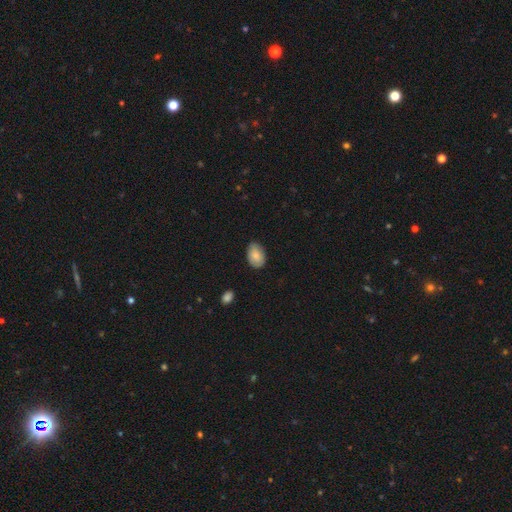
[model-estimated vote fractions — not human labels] This is likely a smooth galaxy (79%). How rounded: clearly in between (85%). Merging: likely none (76%).